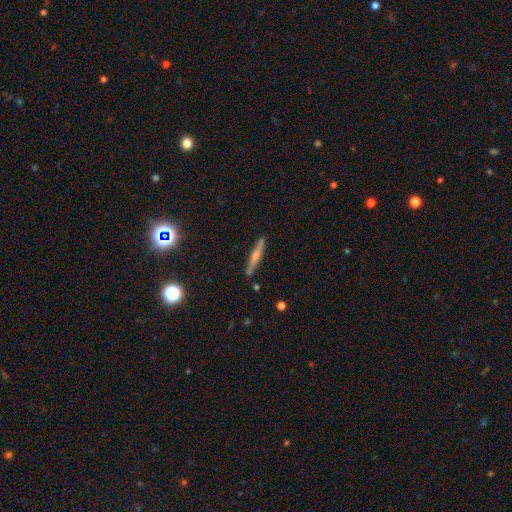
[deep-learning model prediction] The model was most divided on "smooth or featured": featured or disk: 55%, smooth: 37%, star or artifact: 8%. More confident: edge-on disk — yes (97%); merging — none (88%); edge-on bulge — rounded (69%).